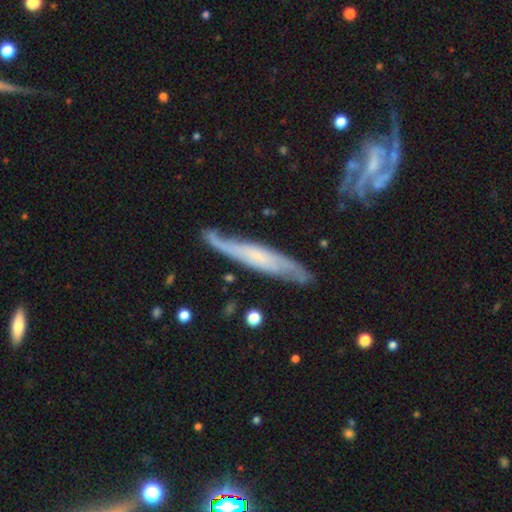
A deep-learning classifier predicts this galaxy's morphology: Smooth or featured?
  - featured or disk: 70% *
  - smooth: 24%
  - star or artifact: 6%
Edge-on disk?
  - yes: 55% *
  - no: 45%
Merging?
  - none: 73% *
  - minor disturbance: 19%
  - major disturbance: 5%
  - merger: 3%